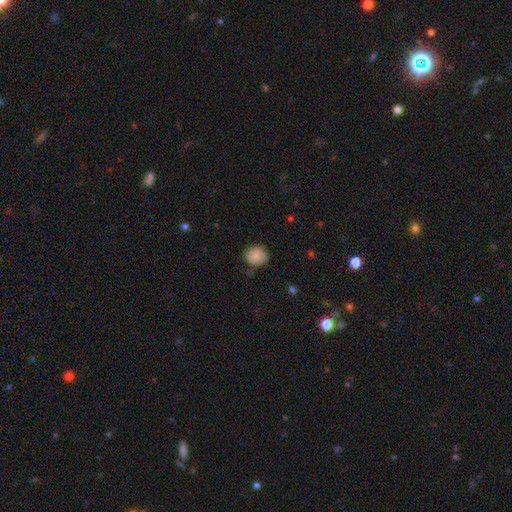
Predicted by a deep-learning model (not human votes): Morphology: type=smooth (84%); roundness=round (78%); merging=none (77%).